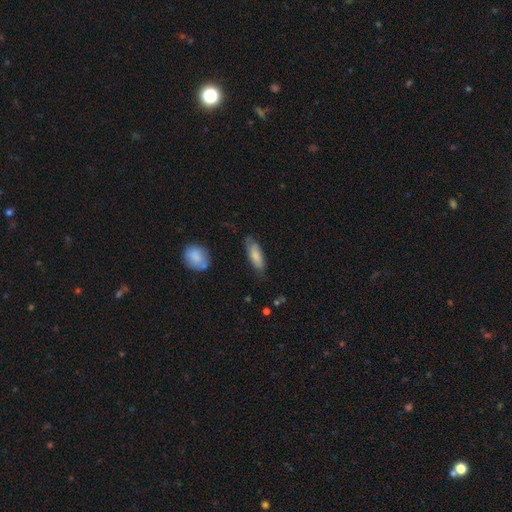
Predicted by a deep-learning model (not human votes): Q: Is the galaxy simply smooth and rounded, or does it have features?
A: smooth — 76%.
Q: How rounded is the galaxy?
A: in between — 62%.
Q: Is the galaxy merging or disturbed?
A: none — 71%.